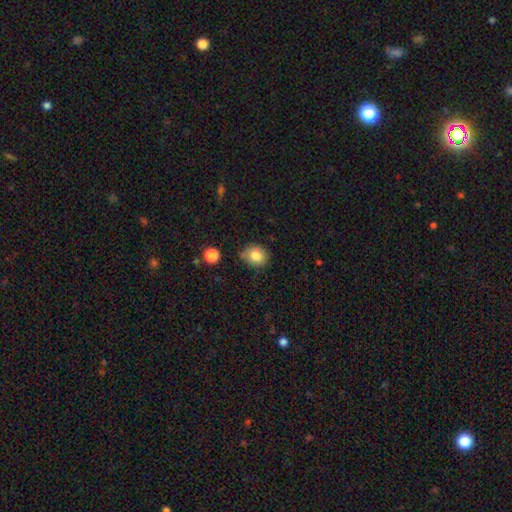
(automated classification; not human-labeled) Overall: smooth (82%). How rounded: round (70%). Merging: none (76%).